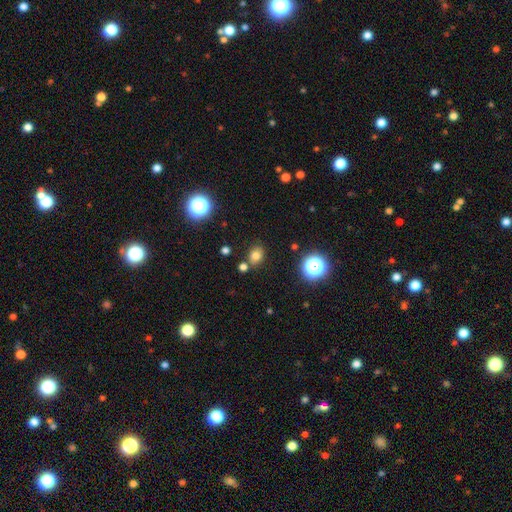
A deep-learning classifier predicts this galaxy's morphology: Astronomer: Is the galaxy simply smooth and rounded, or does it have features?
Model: smooth — 75%.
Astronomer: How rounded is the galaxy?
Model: in between — 52% (runner-up: round, 47%).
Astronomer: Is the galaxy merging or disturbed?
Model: none — 77%.